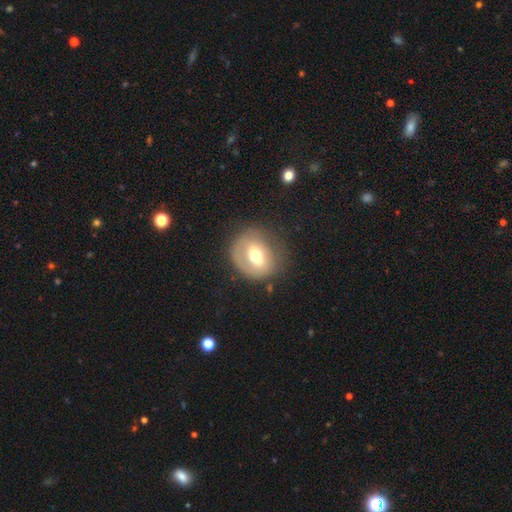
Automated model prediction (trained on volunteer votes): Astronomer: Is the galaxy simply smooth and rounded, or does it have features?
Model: smooth — 51% (runner-up: featured or disk, 40%).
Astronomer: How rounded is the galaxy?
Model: round — 65%.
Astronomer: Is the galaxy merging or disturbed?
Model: none — 65%.